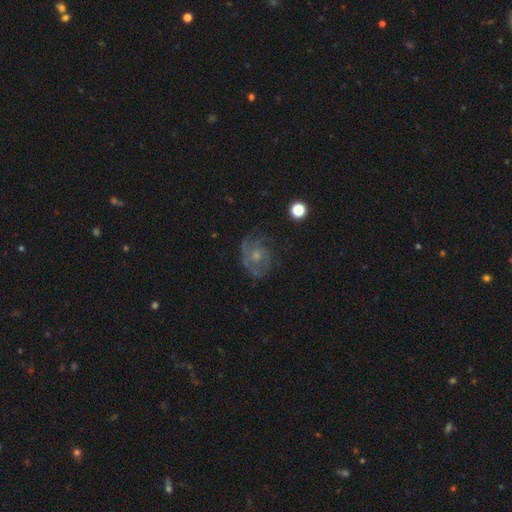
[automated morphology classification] Smooth or featured?
  - featured or disk: 71% *
  - smooth: 19%
  - star or artifact: 10%
Edge-on disk?
  - no: 97% *
  - yes: 3%
Bar?
  - no: 80% *
  - weak: 18%
  - strong: 2%
Spiral arms?
  - yes: 84% *
  - no: 16%
Spiral winding?
  - tight: 49% *
  - medium: 37%
  - loose: 15%
Spiral arm count?
  - can't tell: 38% *
  - 3: 22%
  - 2: 20%
  - 1: 8%
  - 4: 7%
  - more than 4: 5%
Bulge size?
  - small: 48% *
  - moderate: 44%
  - none: 4%
  - large: 2%
  - dominant: 1%
Merging?
  - none: 62% *
  - minor disturbance: 21%
  - major disturbance: 15%
  - merger: 2%